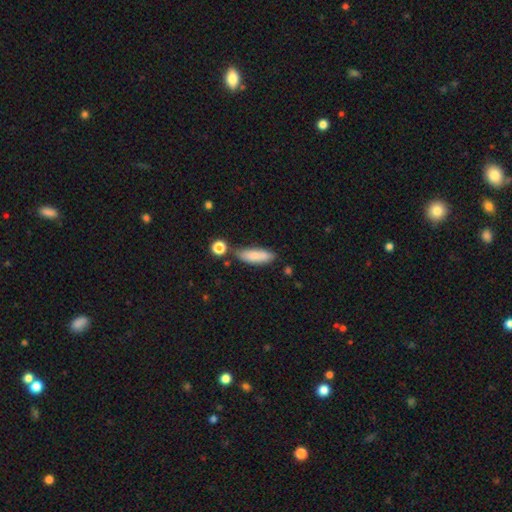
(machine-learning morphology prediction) smooth-or-featured: smooth: 81% | featured or disk: 12% | star or artifact: 7%
  how-rounded: in between: 57% | cigar-shaped: 41% | round: 2%
  merging: none: 66% | minor disturbance: 20% | merger: 10% | major disturbance: 5%